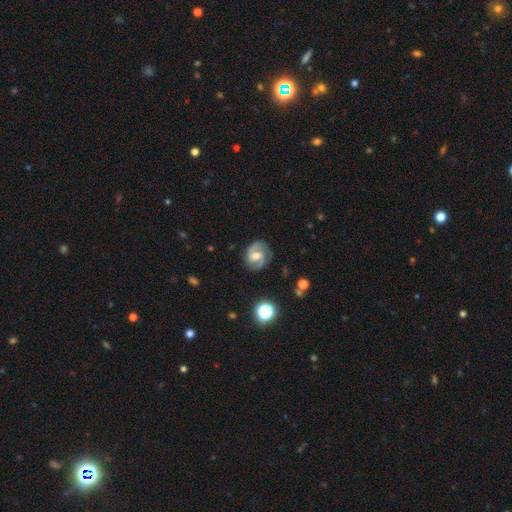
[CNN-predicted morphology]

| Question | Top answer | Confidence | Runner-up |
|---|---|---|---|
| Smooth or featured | featured or disk | 85% | smooth (9%) |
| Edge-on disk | no | 98% | yes (2%) |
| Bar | weak | 52% | no (32%) |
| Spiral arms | yes | 97% | no (3%) |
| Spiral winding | medium | 54% | tight (28%) |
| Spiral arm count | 2 | 88% | can't tell (4%) |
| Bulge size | moderate | 56% | small (30%) |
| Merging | none | 78% | minor disturbance (15%) |